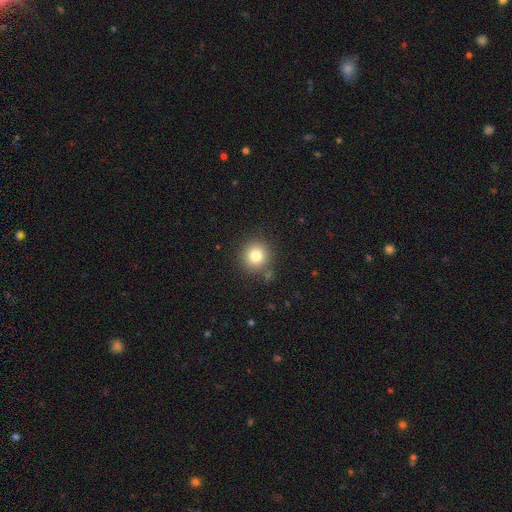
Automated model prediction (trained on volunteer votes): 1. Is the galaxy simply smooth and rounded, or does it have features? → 80% smooth, 12% star or artifact, 8% featured or disk.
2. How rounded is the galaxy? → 92% round, 7% in between, 1% cigar-shaped.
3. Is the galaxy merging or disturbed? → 84% none, 9% minor disturbance, 4% merger, 3% major disturbance.